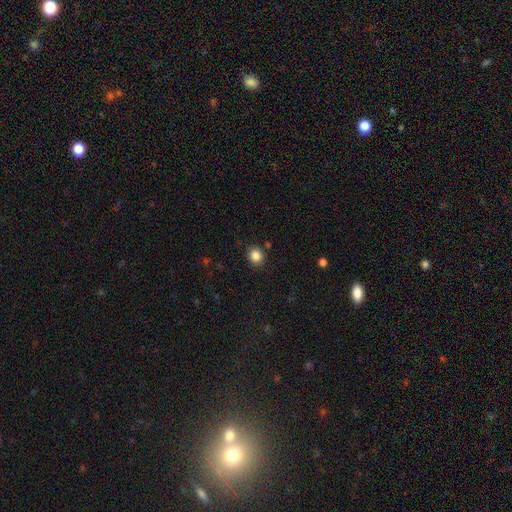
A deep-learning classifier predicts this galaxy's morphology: smooth_or_featured: smooth (p=0.85) [alt: star or artifact p=0.11]
how_rounded: round (p=0.78) [alt: in between p=0.21]
merging: none (p=0.89) [alt: minor disturbance p=0.07]